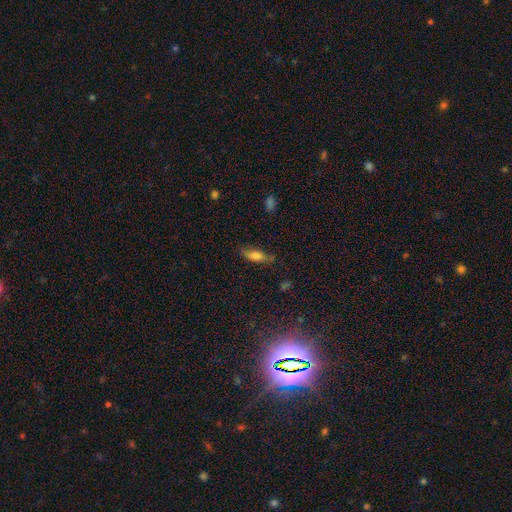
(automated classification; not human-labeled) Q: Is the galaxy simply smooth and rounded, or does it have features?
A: smooth — 74%.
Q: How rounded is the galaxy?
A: in between — 65%.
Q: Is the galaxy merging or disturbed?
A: none — 70%.